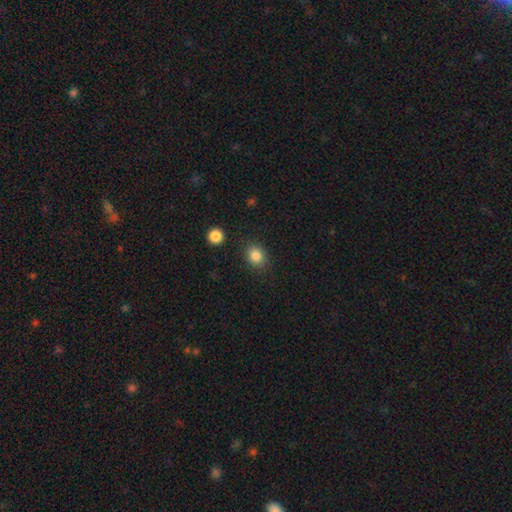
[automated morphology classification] smooth_or_featured: smooth (p=0.85) [alt: star or artifact p=0.10]
how_rounded: round (p=0.61) [alt: in between p=0.38]
merging: none (p=0.86) [alt: minor disturbance p=0.09]